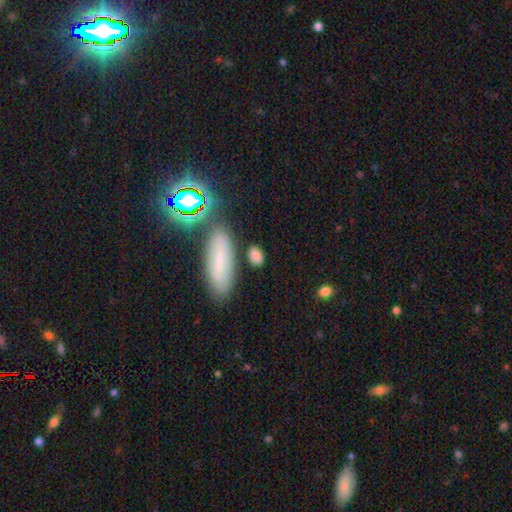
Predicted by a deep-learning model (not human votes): Smooth or featured?
  - smooth: 80% *
  - featured or disk: 11%
  - star or artifact: 9%
How rounded?
  - in between: 77% *
  - round: 12%
  - cigar-shaped: 11%
Merging?
  - none: 70% *
  - minor disturbance: 16%
  - merger: 8%
  - major disturbance: 6%